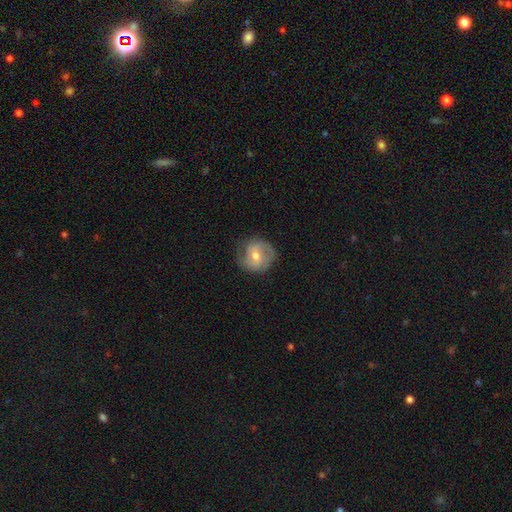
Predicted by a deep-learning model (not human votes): Smooth or featured: featured or disk — 56% (smooth — 37%)
Edge-on disk: no — 97% (yes — 3%)
Bar: no — 45% (weak — 43%)
Spiral arms: yes — 82% (no — 18%)
Bulge size: moderate — 61% (small — 34%)
Merging: none — 70% (minor disturbance — 20%)